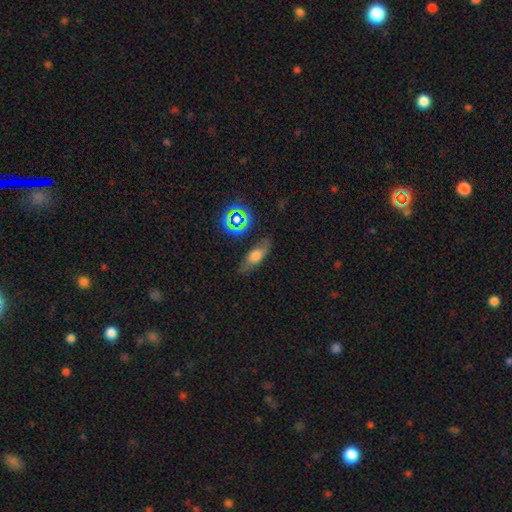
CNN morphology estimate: type=smooth (57%); roundness=in between (63%); merging=none (77%).